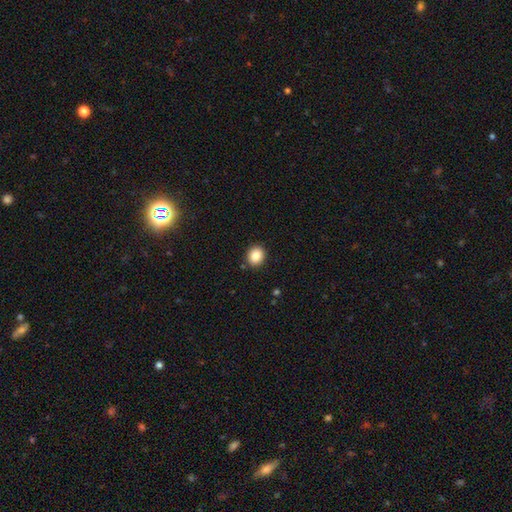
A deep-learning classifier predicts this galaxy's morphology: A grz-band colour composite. It shows a smooth galaxy with no disk features (85%) that is round (66%). Merging: none (90%).